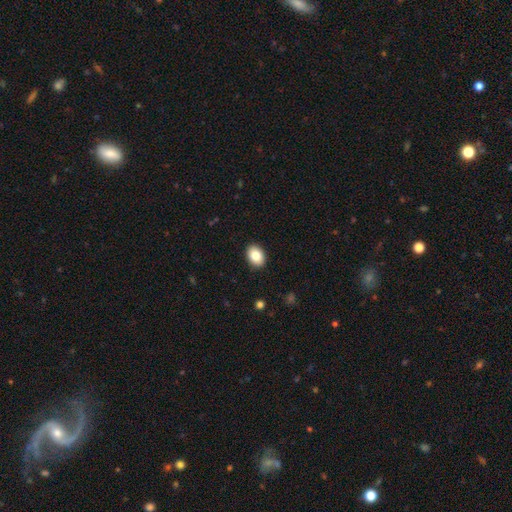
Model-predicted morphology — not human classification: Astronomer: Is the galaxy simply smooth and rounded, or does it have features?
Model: smooth — 85%.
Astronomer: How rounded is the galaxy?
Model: in between — 80%.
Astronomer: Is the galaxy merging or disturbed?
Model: none — 90%.